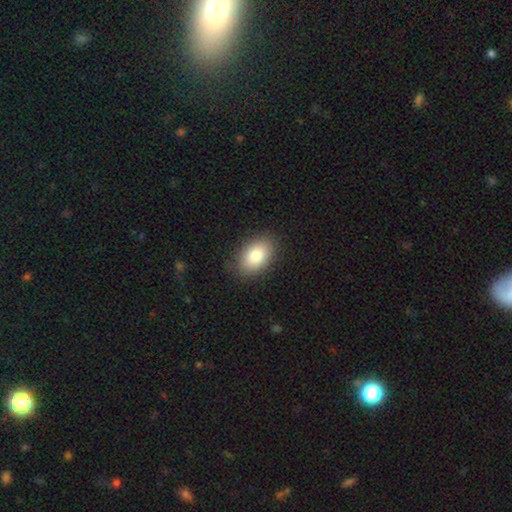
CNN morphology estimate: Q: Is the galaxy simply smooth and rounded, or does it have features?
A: smooth — 85%.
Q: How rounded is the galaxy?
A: in between — 90%.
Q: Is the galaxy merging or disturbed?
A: none — 86%.